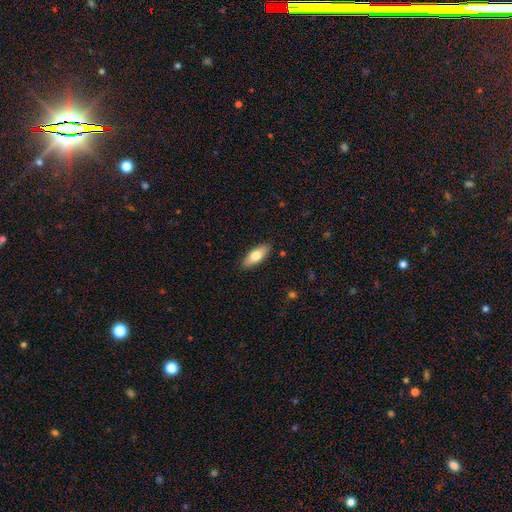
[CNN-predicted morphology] Smooth or featured?
  - smooth: 73% *
  - featured or disk: 21%
  - star or artifact: 6%
How rounded?
  - in between: 75% *
  - cigar-shaped: 23%
  - round: 2%
Merging?
  - none: 89% *
  - minor disturbance: 9%
  - major disturbance: 2%
  - merger: 1%